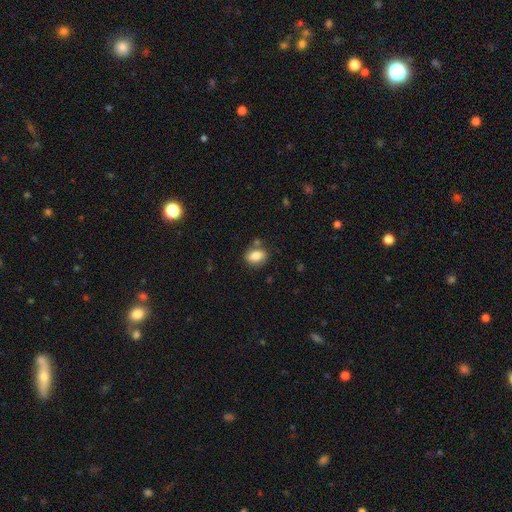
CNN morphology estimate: smooth 82%, featured or disk 9%, star or artifact 8%. Down the decision tree: how rounded — in between (70%); merging — none (74%).